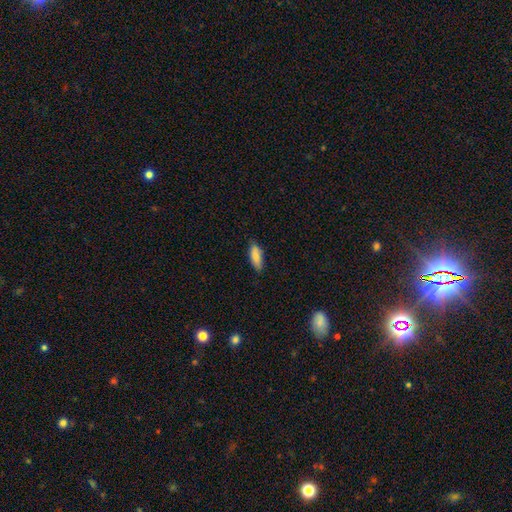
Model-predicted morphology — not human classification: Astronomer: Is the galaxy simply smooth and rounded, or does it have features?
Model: smooth — 85%.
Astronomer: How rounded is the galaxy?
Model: in between — 63%.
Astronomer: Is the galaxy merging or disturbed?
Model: none — 78%.